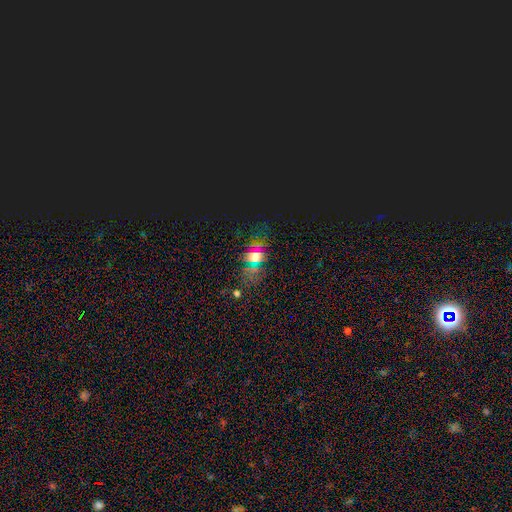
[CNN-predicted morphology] smooth-or-featured: star or artifact: 52% | smooth: 36% | featured or disk: 12%